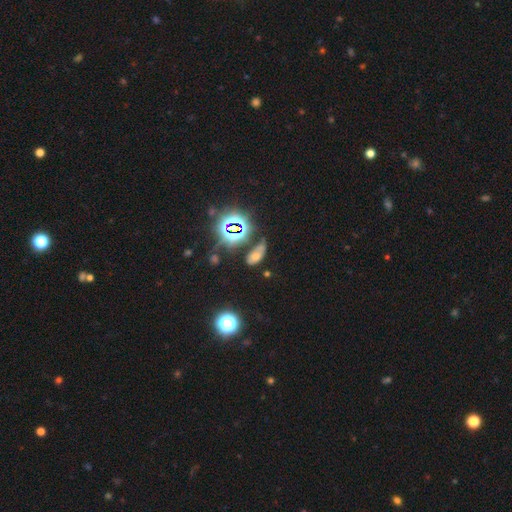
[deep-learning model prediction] This appears to be a smooth galaxy with no disk features (45%). Merging: none (48%).